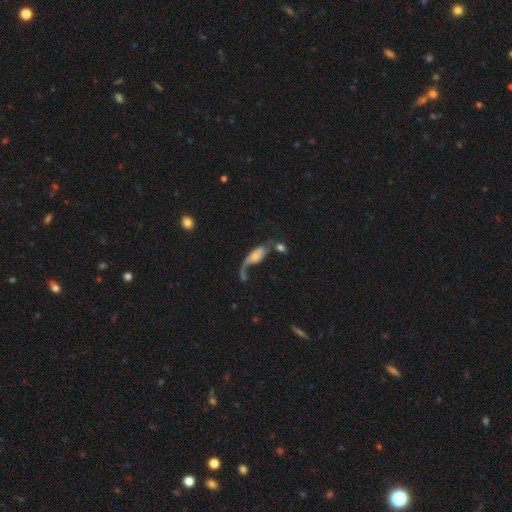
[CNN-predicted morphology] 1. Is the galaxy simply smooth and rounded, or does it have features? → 48% featured or disk, 43% smooth, 9% star or artifact.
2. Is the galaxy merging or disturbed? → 36% major disturbance, 27% merger, 22% none, 15% minor disturbance.